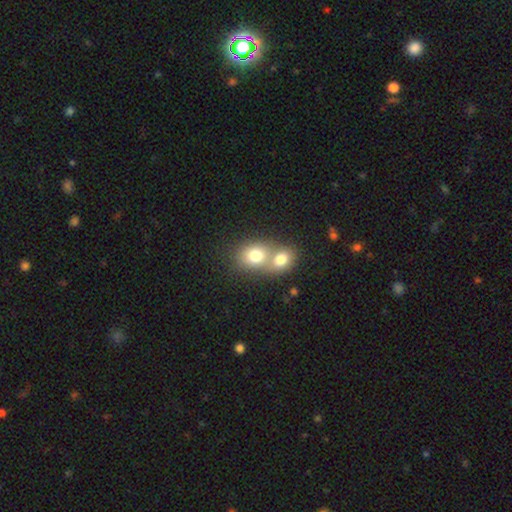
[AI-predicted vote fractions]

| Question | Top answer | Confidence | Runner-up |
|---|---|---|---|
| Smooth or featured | smooth | 75% | featured or disk (15%) |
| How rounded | round | 56% | in between (43%) |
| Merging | merger | 67% | none (25%) |